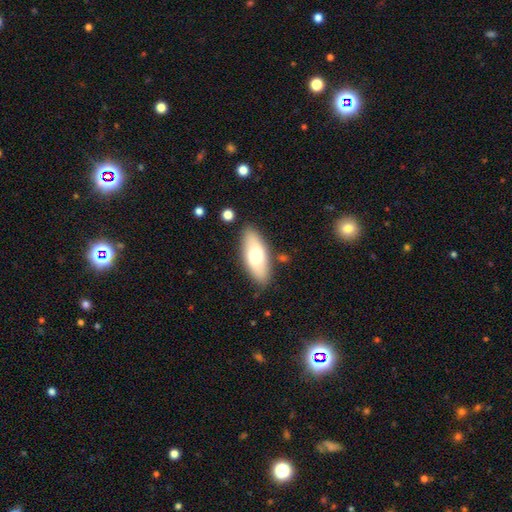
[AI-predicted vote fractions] Smooth or featured?
  - smooth: 65% *
  - featured or disk: 29%
  - star or artifact: 6%
How rounded?
  - in between: 80% *
  - cigar-shaped: 17%
  - round: 3%
Merging?
  - none: 84% *
  - minor disturbance: 11%
  - major disturbance: 3%
  - merger: 2%